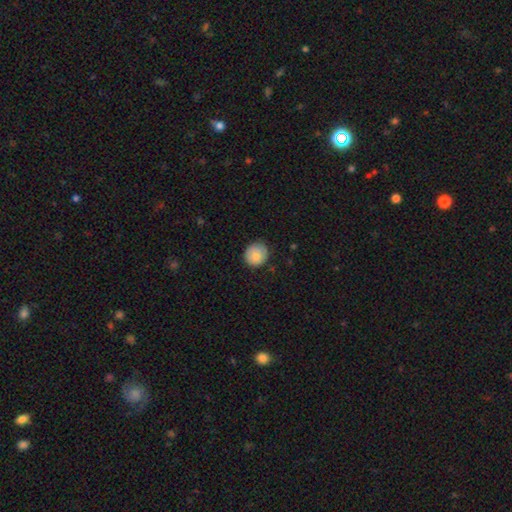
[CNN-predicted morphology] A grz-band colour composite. It shows a smooth galaxy with no disk features (83%) that is round (86%). Merging: none (80%).